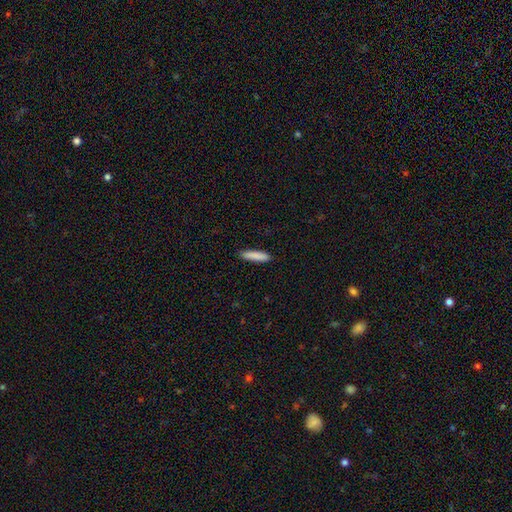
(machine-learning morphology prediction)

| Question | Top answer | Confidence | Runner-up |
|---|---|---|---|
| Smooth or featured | smooth | 88% | featured or disk (6%) |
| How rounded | cigar-shaped | 82% | in between (17%) |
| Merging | none | 90% | minor disturbance (7%) |